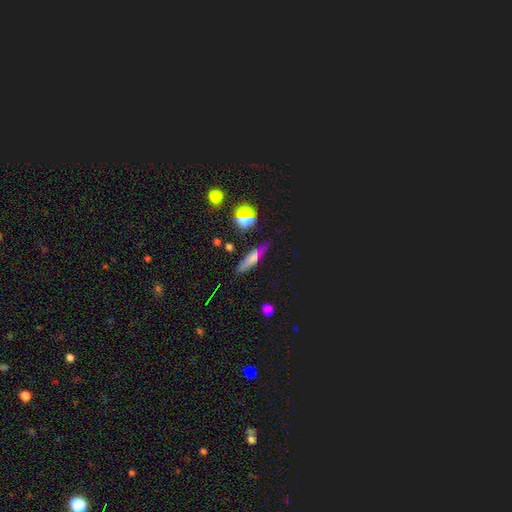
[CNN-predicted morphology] smooth 49%, star or artifact 26%, featured or disk 25%. Down the decision tree: merging — none (81%).